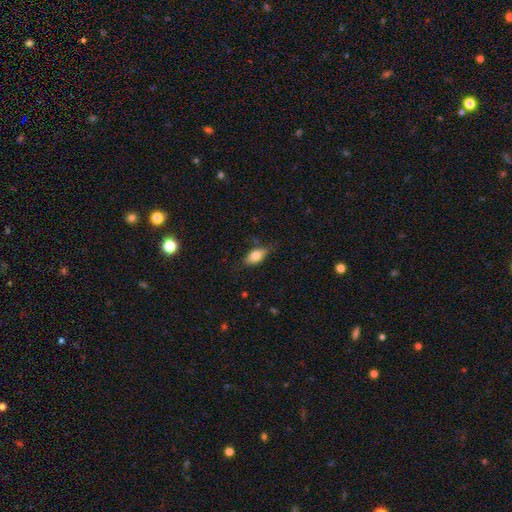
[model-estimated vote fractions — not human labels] Q: Smooth or featured?
A: smooth (75%); runner-up: featured or disk (17%)
Q: How rounded?
A: in between (87%); runner-up: cigar-shaped (8%)
Q: Merging?
A: none (73%); runner-up: minor disturbance (21%)